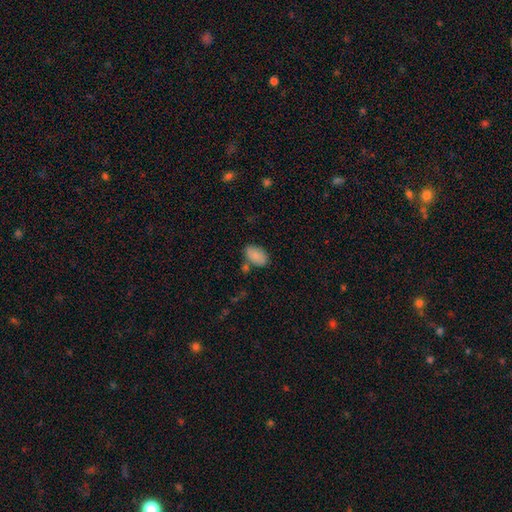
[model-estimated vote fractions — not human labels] smooth-or-featured: smooth: 85% | featured or disk: 8% | star or artifact: 7%
  how-rounded: in between: 92% | round: 7% | cigar-shaped: 1%
  merging: none: 69% | minor disturbance: 17% | merger: 10% | major disturbance: 4%